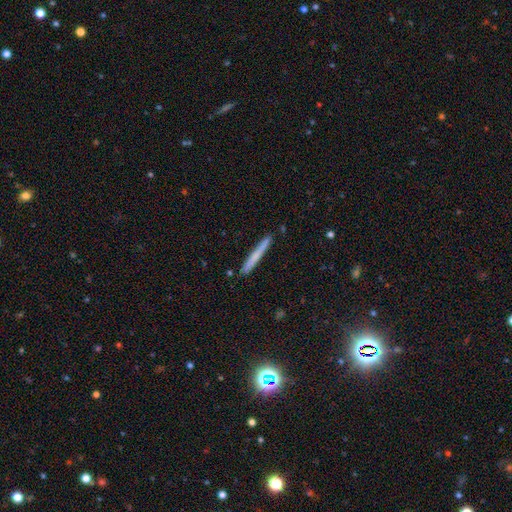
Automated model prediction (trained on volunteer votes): Smooth or featured? Predicted: smooth (p=0.64). How rounded? Predicted: cigar-shaped (p=0.97). Merging? Predicted: none (p=0.90).